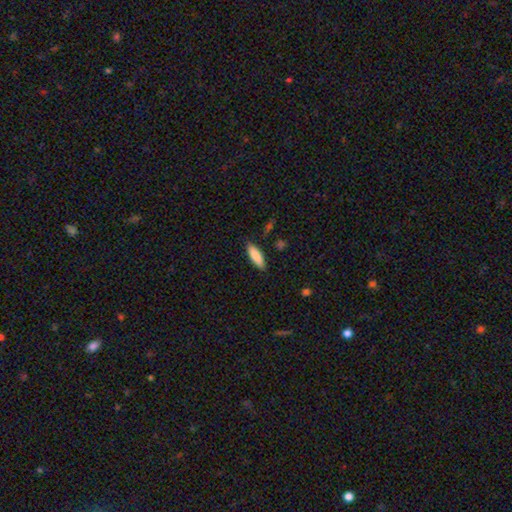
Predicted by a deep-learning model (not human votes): This is clearly a smooth galaxy (86%). How rounded: possibly in between (54%). Merging: clearly none (87%).